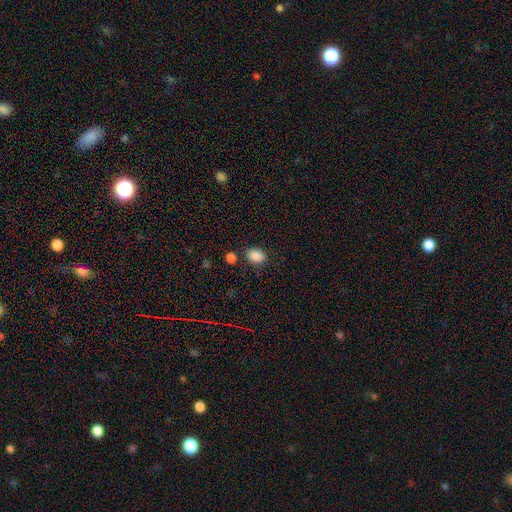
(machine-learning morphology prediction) This is clearly a smooth galaxy (86%). How rounded: likely in between (66%). Merging: likely none (77%).